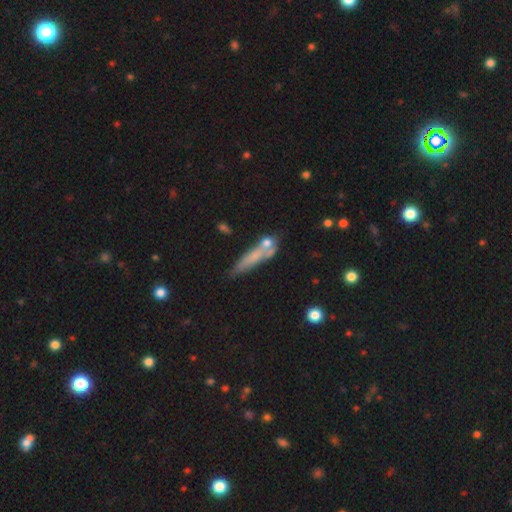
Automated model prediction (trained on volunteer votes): Smooth or featured? smooth (57%)
How rounded? cigar-shaped (83%)
Merging? none (54%)